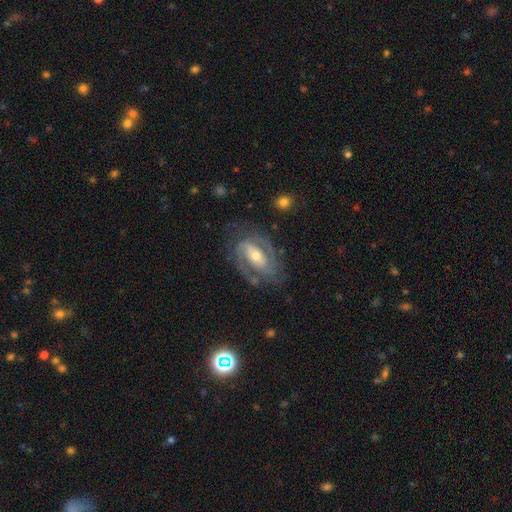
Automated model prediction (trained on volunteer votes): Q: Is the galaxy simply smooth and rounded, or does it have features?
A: featured or disk — 89%.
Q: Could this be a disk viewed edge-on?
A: no — 96%.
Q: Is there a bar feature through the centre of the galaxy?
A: weak — 37%.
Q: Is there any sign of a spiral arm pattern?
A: yes — 96%.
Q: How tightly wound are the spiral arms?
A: tight — 47%.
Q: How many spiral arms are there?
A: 2 — 79%.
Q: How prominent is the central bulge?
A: moderate — 55%.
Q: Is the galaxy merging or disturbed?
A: none — 73%.